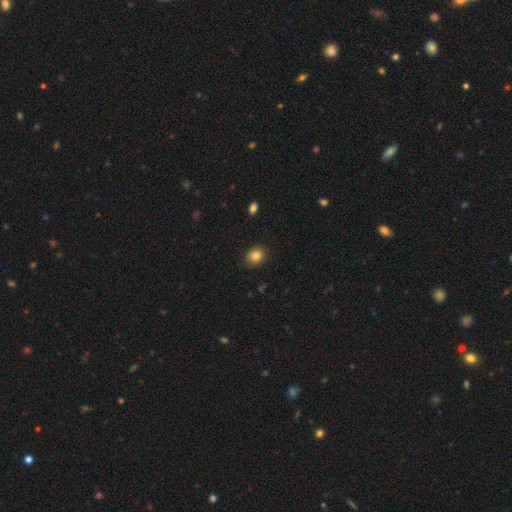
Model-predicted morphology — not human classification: smooth-or-featured: smooth: 84% | star or artifact: 10% | featured or disk: 6%
  how-rounded: round: 68% | in between: 31% | cigar-shaped: 1%
  merging: none: 90% | minor disturbance: 7% | major disturbance: 2% | merger: 1%